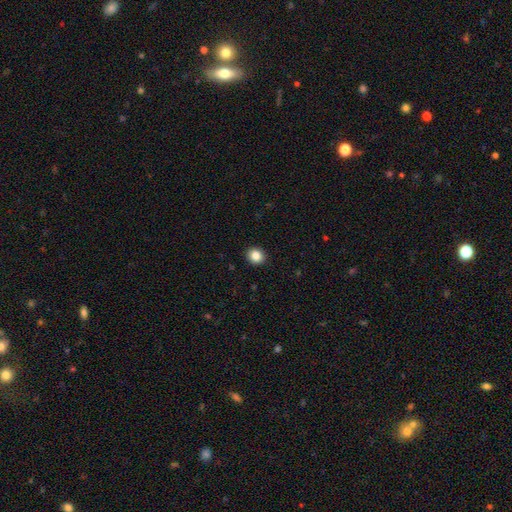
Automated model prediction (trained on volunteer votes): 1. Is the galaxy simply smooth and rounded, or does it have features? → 86% smooth, 9% star or artifact, 4% featured or disk.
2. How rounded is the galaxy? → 75% round, 24% in between, 1% cigar-shaped.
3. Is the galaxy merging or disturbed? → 92% none, 5% minor disturbance, 2% major disturbance, 1% merger.